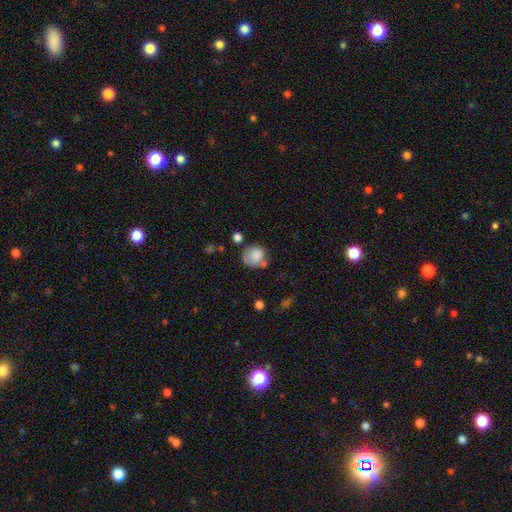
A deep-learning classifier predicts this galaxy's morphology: Smooth or featured: smooth — 79% (featured or disk — 12%)
How rounded: round — 78% (in between — 22%)
Merging: none — 49% (minor disturbance — 25%)